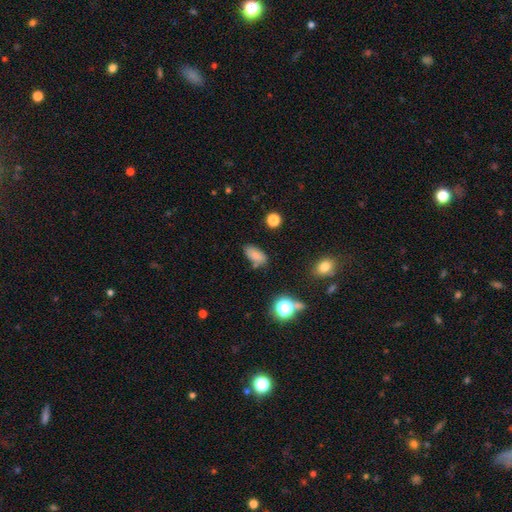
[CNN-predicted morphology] type=smooth (78%); roundness=in between (90%); merging=none (72%).